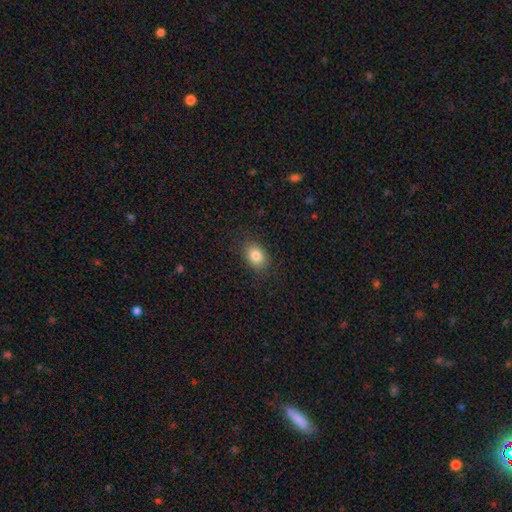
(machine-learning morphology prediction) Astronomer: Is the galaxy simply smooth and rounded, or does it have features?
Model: smooth — 84%.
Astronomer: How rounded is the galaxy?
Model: in between — 70%.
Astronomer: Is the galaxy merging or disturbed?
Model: none — 86%.